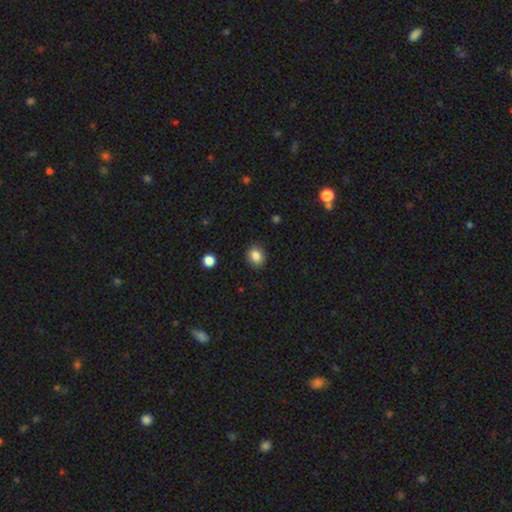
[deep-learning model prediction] Morphology: type=smooth (85%); roundness=round (60%); merging=none (87%).